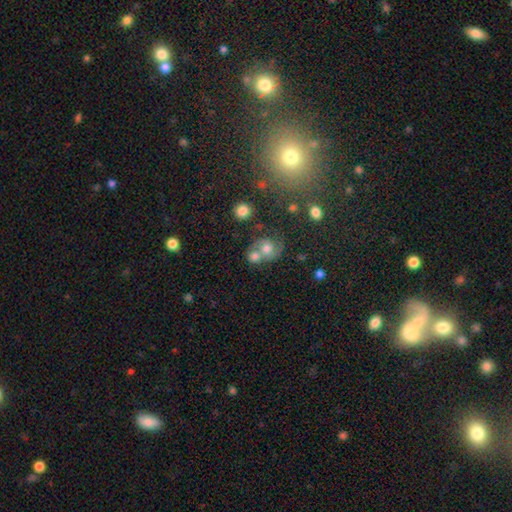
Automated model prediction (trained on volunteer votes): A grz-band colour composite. It shows a smooth galaxy with no disk features (48%). Merging: merger (51%).